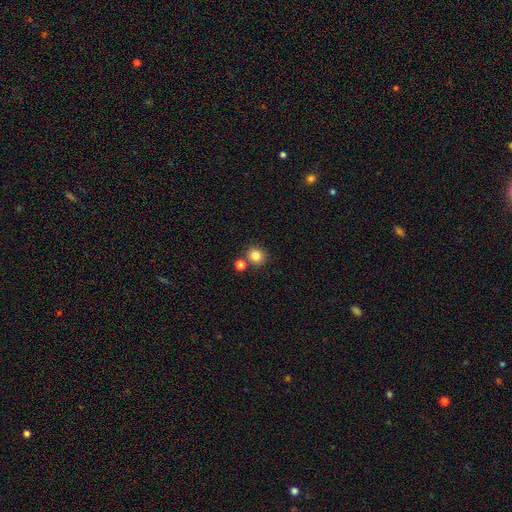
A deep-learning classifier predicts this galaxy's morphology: Smooth or featured? smooth (83%)
How rounded? round (87%)
Merging? none (75%)